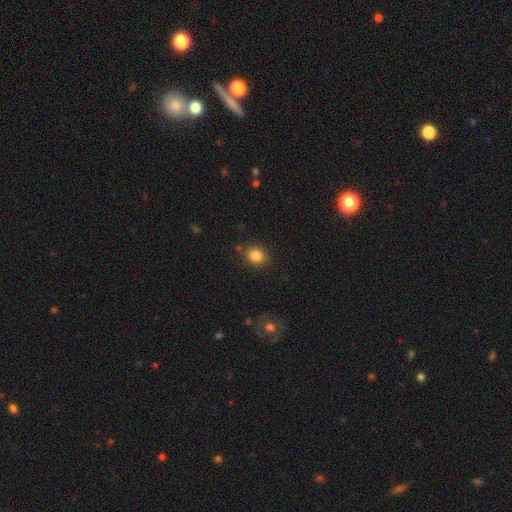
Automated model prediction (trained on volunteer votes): smooth-or-featured: smooth: 84% | star or artifact: 10% | featured or disk: 6%
  how-rounded: round: 70% | in between: 30% | cigar-shaped: 1%
  merging: none: 83% | minor disturbance: 11% | major disturbance: 3% | merger: 3%